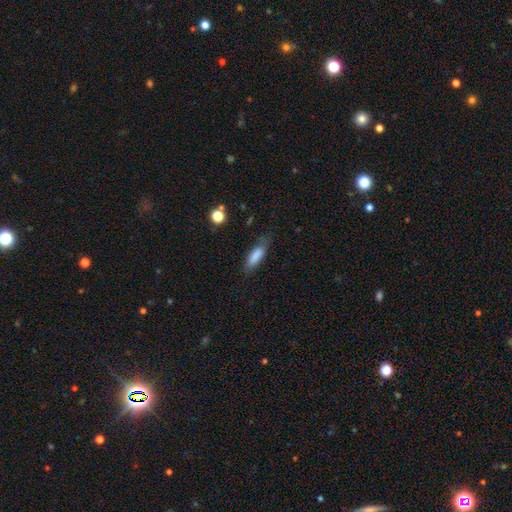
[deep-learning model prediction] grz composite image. It shows a smooth galaxy with no disk features (81%) that is cigar-shaped (55%). Merging: none (67%).